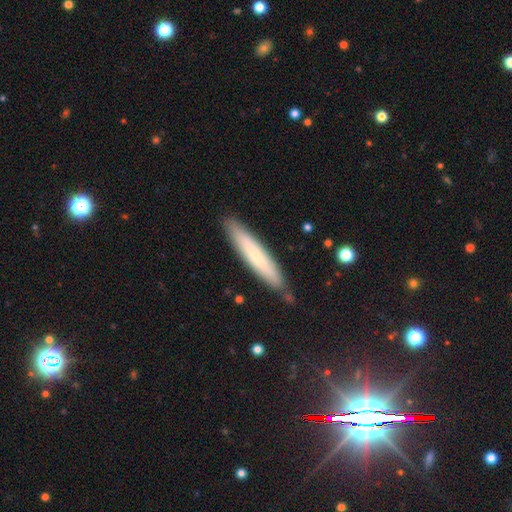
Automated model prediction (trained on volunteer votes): Smooth or featured? Predicted: smooth (p=0.64). How rounded? Predicted: cigar-shaped (p=0.90). Merging? Predicted: none (p=0.85).